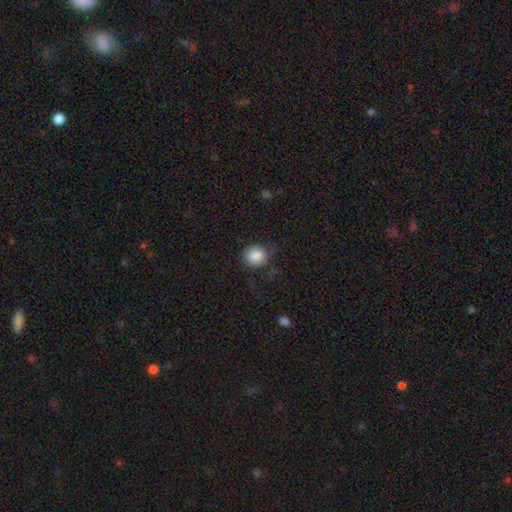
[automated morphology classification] Smooth or featured: smooth — 86% (star or artifact — 8%)
How rounded: round — 81% (in between — 19%)
Merging: none — 72% (minor disturbance — 20%)